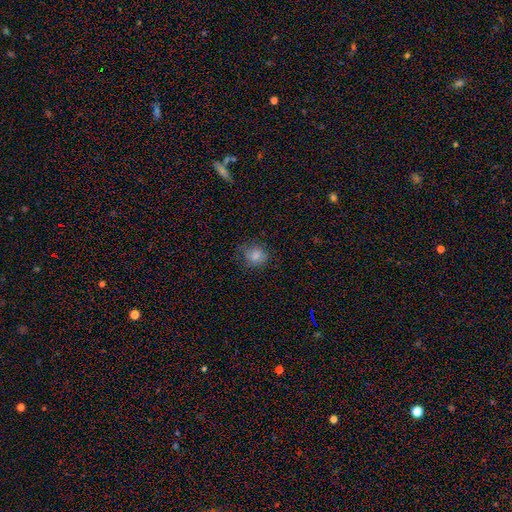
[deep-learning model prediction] Morphology: type=smooth (82%); roundness=round (77%); merging=none (74%).